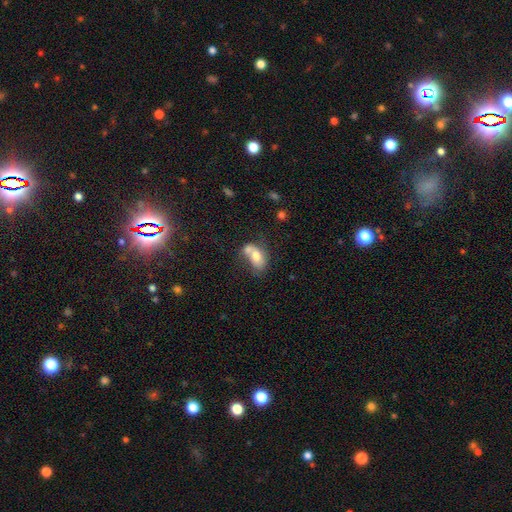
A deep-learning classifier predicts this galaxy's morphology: type=smooth (67%); roundness=in between (81%); merging=merger (55%).